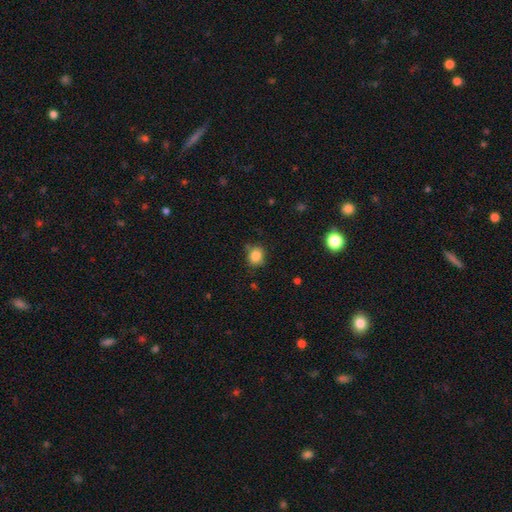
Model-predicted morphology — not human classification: Smooth or featured? Predicted: smooth (p=0.83). How rounded? Predicted: round (p=0.70). Merging? Predicted: none (p=0.74).